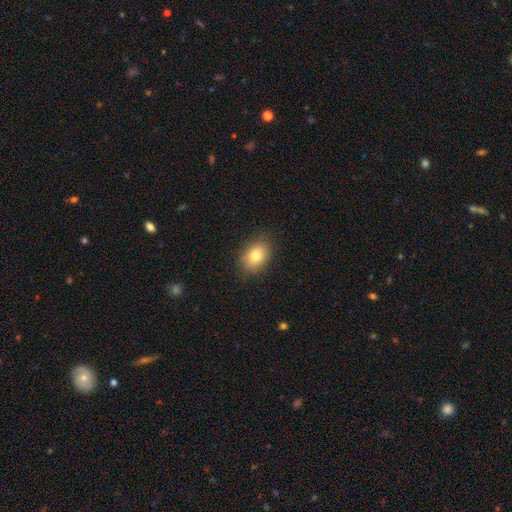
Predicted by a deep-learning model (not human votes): A smooth galaxy with no disk features (81%) that is in between round and cigar-shaped (70%). Merging: none (84%).